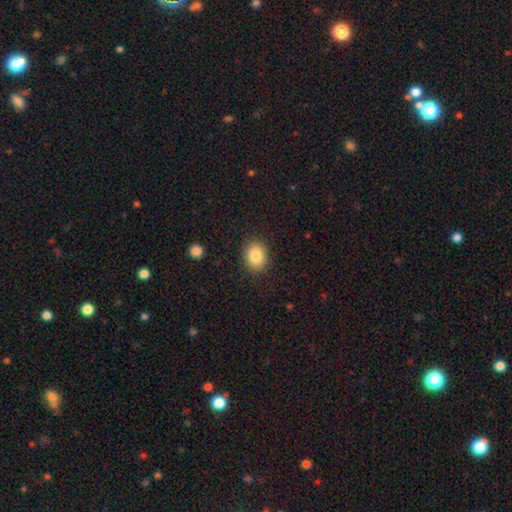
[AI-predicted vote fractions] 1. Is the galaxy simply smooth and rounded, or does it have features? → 85% smooth, 9% star or artifact, 6% featured or disk.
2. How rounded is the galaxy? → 50% round, 49% in between, 1% cigar-shaped.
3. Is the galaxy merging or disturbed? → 88% none, 8% minor disturbance, 3% major disturbance, 1% merger.